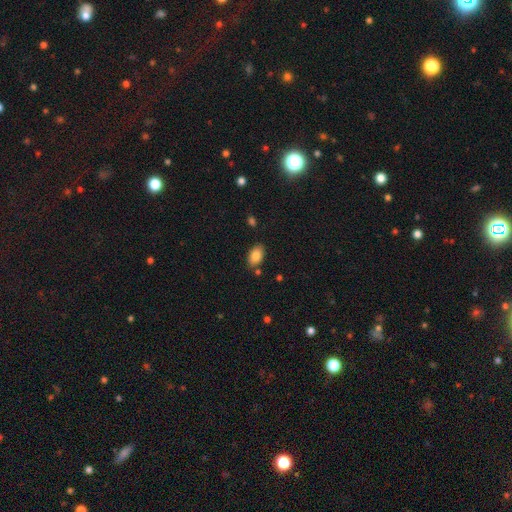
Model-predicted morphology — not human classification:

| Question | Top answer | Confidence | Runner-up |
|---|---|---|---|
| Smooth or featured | smooth | 84% | featured or disk (8%) |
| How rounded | in between | 91% | round (7%) |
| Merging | none | 83% | minor disturbance (11%) |